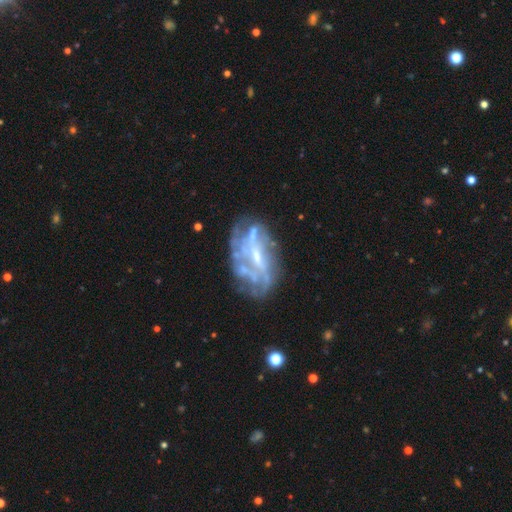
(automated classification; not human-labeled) The model was most divided on "bar": weak: 41%, no: 40%, strong: 19%. Remaining: edge-on disk — no (95%); smooth or featured — featured or disk (78%); spiral arms — yes (57%); merging — none (54%); bulge size — small (49%).